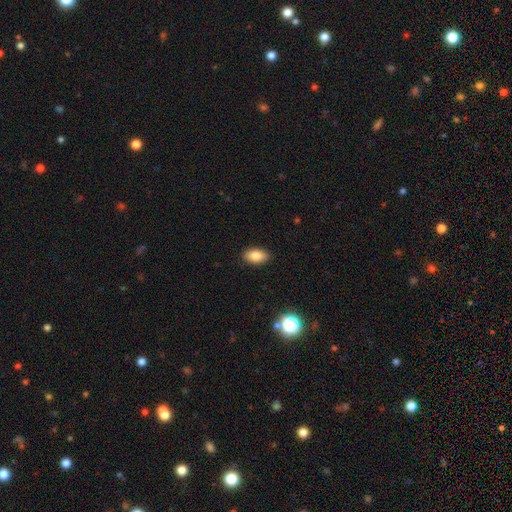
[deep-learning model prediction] Q: Smooth or featured?
A: smooth (84%); runner-up: star or artifact (9%)
Q: How rounded?
A: in between (92%); runner-up: round (5%)
Q: Merging?
A: none (89%); runner-up: minor disturbance (8%)